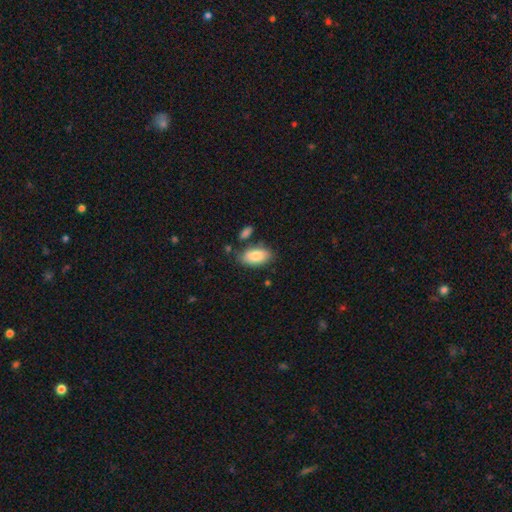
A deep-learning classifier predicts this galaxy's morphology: type=smooth (85%); roundness=in between (94%); merging=none (70%).